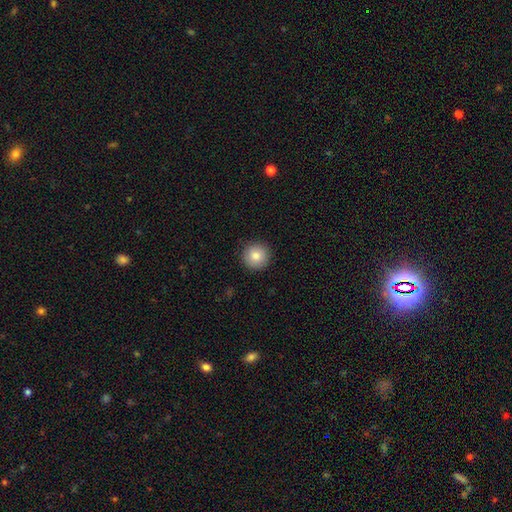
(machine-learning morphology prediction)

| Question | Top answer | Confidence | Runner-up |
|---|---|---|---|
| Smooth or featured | smooth | 84% | star or artifact (9%) |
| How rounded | round | 96% | in between (3%) |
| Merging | none | 92% | minor disturbance (5%) |